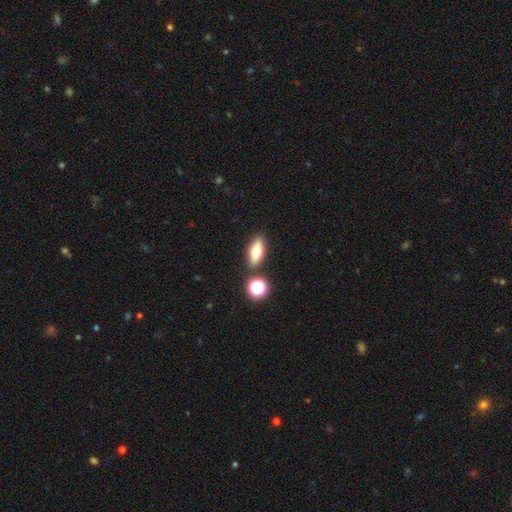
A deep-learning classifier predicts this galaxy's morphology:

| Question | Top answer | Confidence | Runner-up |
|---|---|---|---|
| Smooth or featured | smooth | 61% | featured or disk (29%) |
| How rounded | in between | 62% | cigar-shaped (29%) |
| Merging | none | 82% | minor disturbance (9%) |